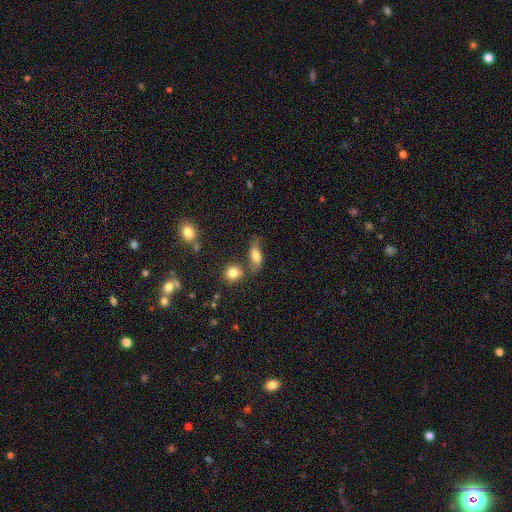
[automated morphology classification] This appears to be a smooth galaxy with no disk features (65%) that is in between round and cigar-shaped (72%). Merging: none (56%).